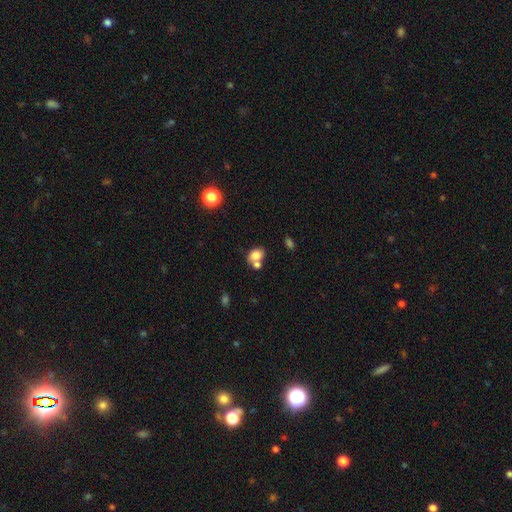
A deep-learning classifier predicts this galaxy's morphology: This appears to be a smooth galaxy with no disk features (79%) that is in between round and cigar-shaped (66%). Merging: none (43%).